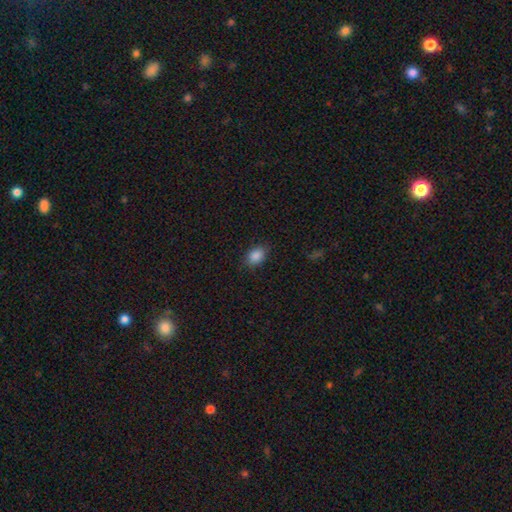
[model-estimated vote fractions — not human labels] A smooth galaxy with no disk features (87%) that is in between round and cigar-shaped (79%).

Vote fractions:
- Smooth or featured? smooth: 87% / star or artifact: 9% / featured or disk: 4%
- How rounded? in between: 79% / round: 20% / cigar-shaped: 1%
- Merging? none: 84% / minor disturbance: 12% / major disturbance: 3% / merger: 1%